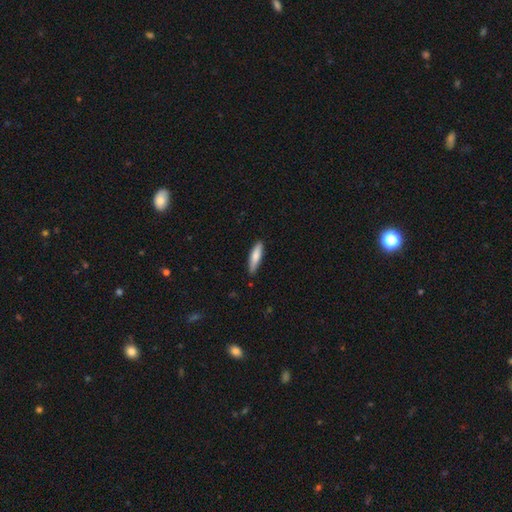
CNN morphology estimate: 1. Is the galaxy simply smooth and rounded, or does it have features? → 79% smooth, 16% featured or disk, 5% star or artifact.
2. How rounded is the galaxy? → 73% cigar-shaped, 26% in between, 1% round.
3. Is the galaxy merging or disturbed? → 85% none, 12% minor disturbance, 2% major disturbance, 1% merger.